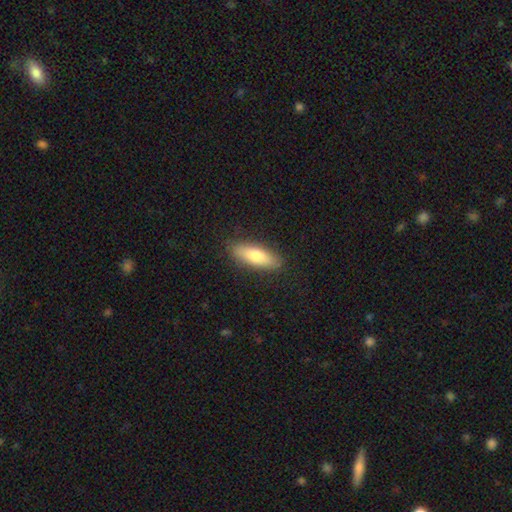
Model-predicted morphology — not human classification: Smooth or featured: smooth — 75% (featured or disk — 20%)
How rounded: in between — 51% (cigar-shaped — 47%)
Merging: none — 88% (minor disturbance — 9%)